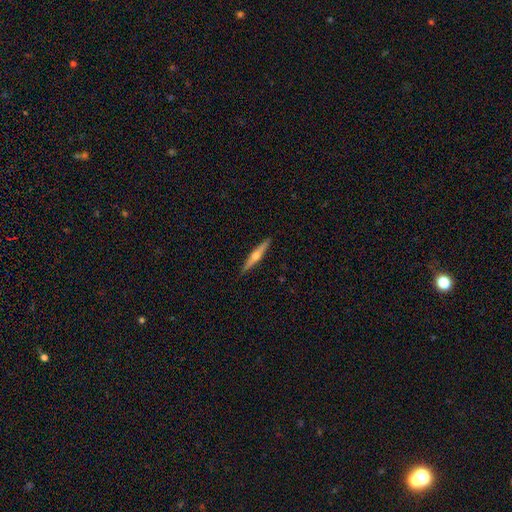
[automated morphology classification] This is likely a featured or disk galaxy (69%). It is clearly viewed edge-on (98%). Edge-on bulge: clearly rounded (92%). Merging: clearly none (92%).